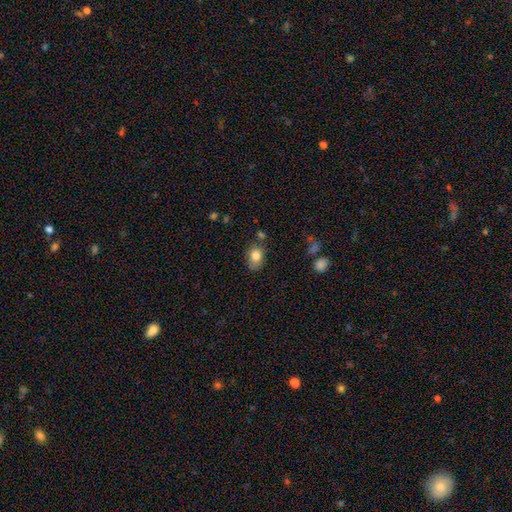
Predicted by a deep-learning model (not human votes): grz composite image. It shows a smooth galaxy with no disk features (82%) that is in between round and cigar-shaped (73%). Merging: none (62%).